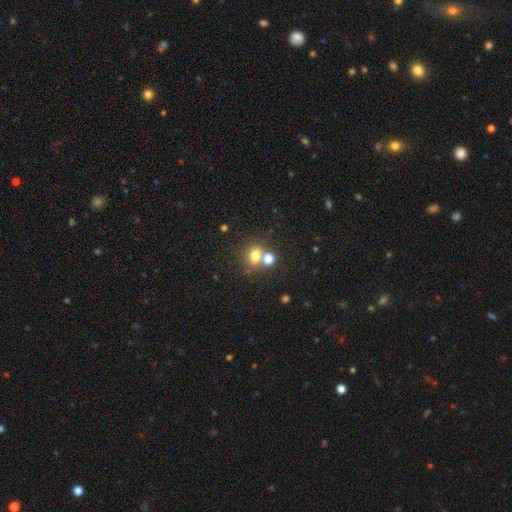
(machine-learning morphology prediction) Smooth or featured?
  - smooth: 74% *
  - star or artifact: 17%
  - featured or disk: 10%
How rounded?
  - round: 73% *
  - in between: 26%
  - cigar-shaped: 1%
Merging?
  - none: 57% *
  - merger: 31%
  - minor disturbance: 8%
  - major disturbance: 4%